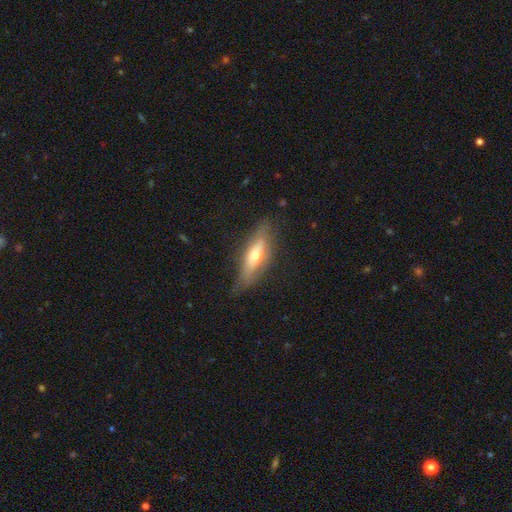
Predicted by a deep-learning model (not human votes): The model was most divided on "smooth or featured": featured or disk: 52%, smooth: 41%, star or artifact: 7%. More confident: edge-on disk — yes (76%); merging — none (74%).